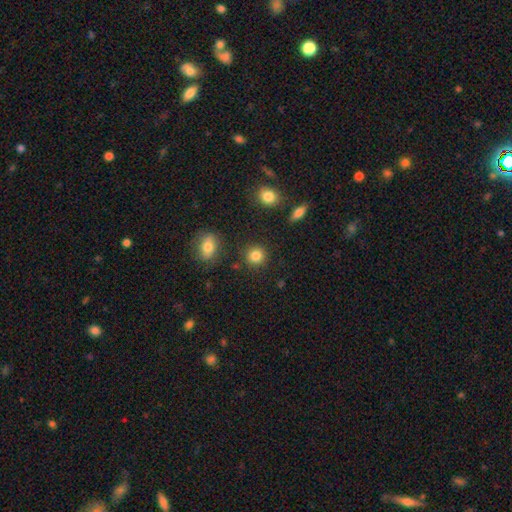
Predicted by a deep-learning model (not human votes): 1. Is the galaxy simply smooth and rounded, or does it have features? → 85% smooth, 10% star or artifact, 5% featured or disk.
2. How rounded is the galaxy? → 90% round, 9% in between, 1% cigar-shaped.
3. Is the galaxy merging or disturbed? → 88% none, 7% minor disturbance, 3% merger, 2% major disturbance.